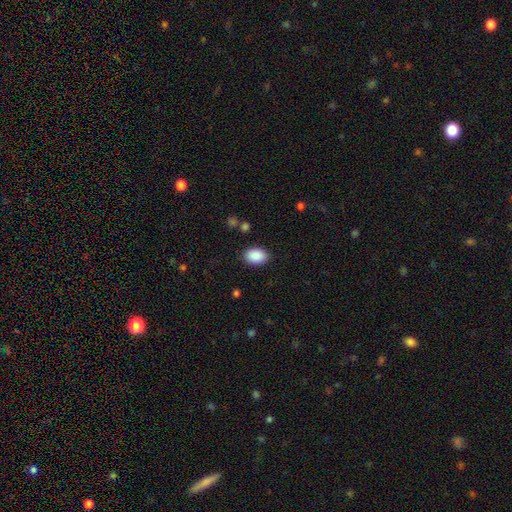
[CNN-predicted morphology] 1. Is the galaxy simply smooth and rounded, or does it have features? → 90% smooth, 7% star or artifact, 3% featured or disk.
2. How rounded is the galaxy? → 84% in between, 15% round, 1% cigar-shaped.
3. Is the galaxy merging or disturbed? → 87% none, 9% minor disturbance, 3% major disturbance, 1% merger.